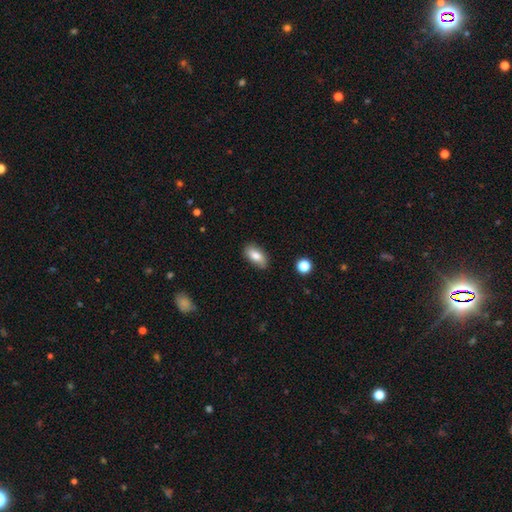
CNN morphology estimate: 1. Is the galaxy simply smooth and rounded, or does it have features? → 80% smooth, 12% featured or disk, 8% star or artifact.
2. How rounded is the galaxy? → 89% in between, 6% cigar-shaped, 5% round.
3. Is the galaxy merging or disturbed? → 78% none, 17% minor disturbance, 3% major disturbance, 2% merger.